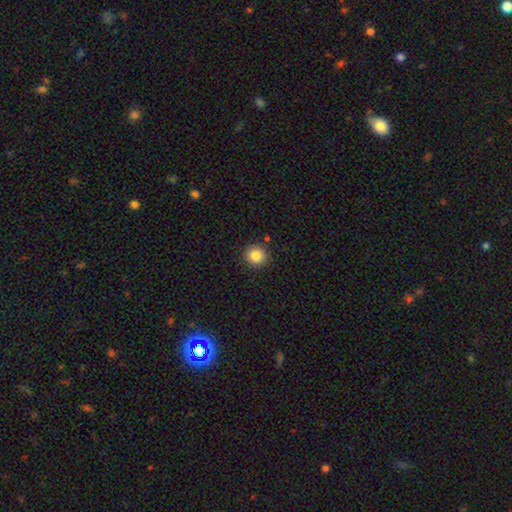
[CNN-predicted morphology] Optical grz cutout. It shows a smooth galaxy with no disk features (85%) that is round (94%). Merging: none (90%).